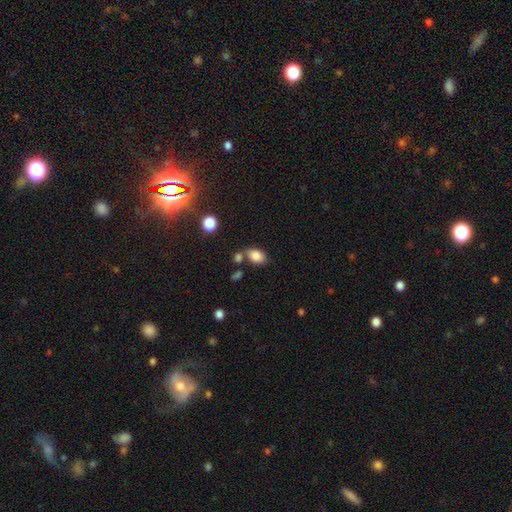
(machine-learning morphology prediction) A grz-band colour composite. It shows a smooth galaxy with no disk features (84%) that is in between round and cigar-shaped (84%). Merging: none (62%).